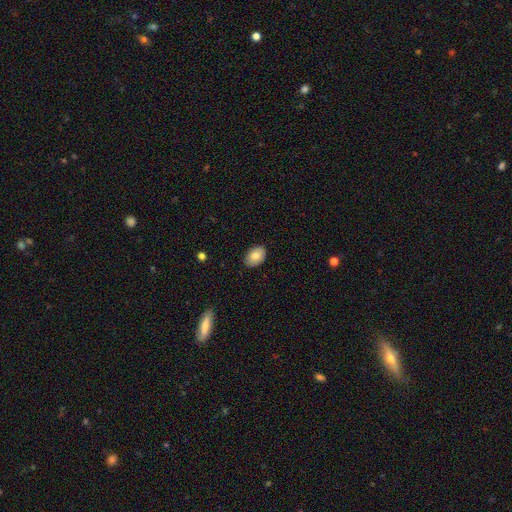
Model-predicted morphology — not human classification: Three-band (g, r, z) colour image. It shows a smooth galaxy with no disk features (79%) that is in between round and cigar-shaped (86%). Merging: none (85%).